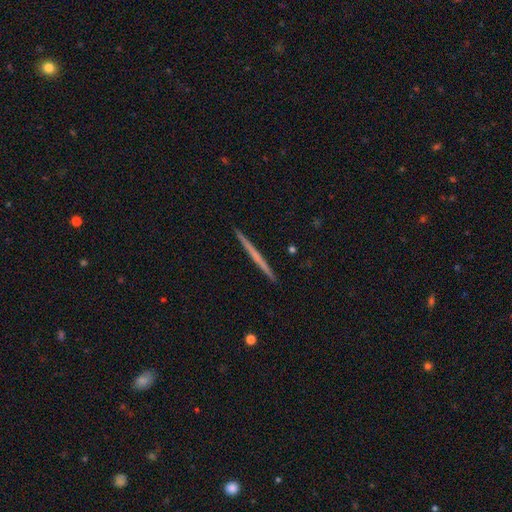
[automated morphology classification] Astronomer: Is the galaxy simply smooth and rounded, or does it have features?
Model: featured or disk — 52% (runner-up: smooth, 43%).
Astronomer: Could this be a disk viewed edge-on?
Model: yes — 98%.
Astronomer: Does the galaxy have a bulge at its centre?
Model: none — 92%.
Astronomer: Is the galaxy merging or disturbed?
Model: none — 93%.